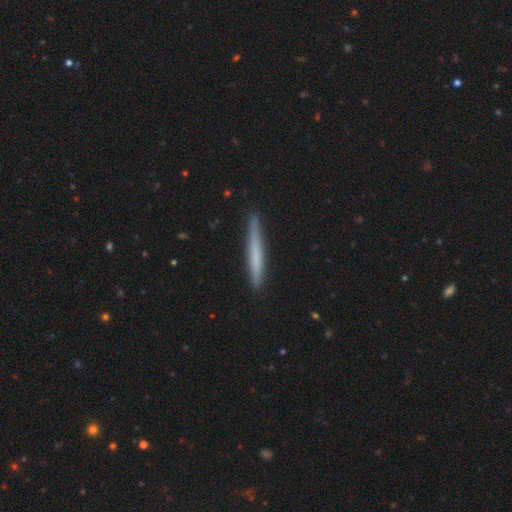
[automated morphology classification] Q: Smooth or featured?
A: smooth (59%); runner-up: featured or disk (36%)
Q: How rounded?
A: cigar-shaped (97%); runner-up: in between (2%)
Q: Merging?
A: none (88%); runner-up: minor disturbance (9%)